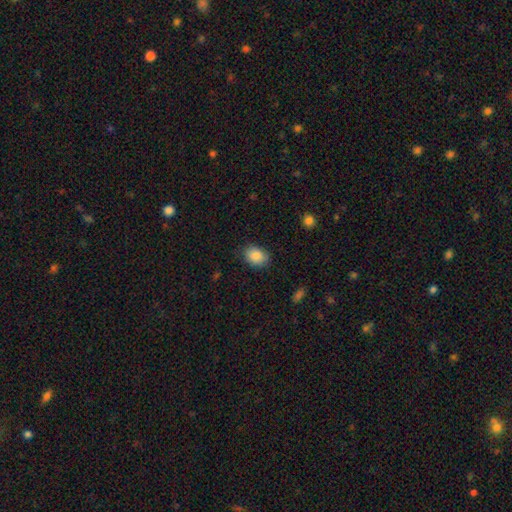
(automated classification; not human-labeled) Smooth or featured? Predicted: smooth (p=0.87). How rounded? Predicted: in between (p=0.72). Merging? Predicted: none (p=0.81).